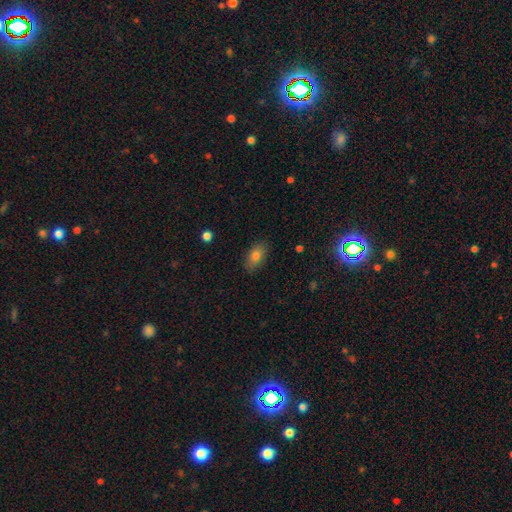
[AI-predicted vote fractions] Overall: smooth (81%). How rounded: in between (89%). Merging: none (85%).